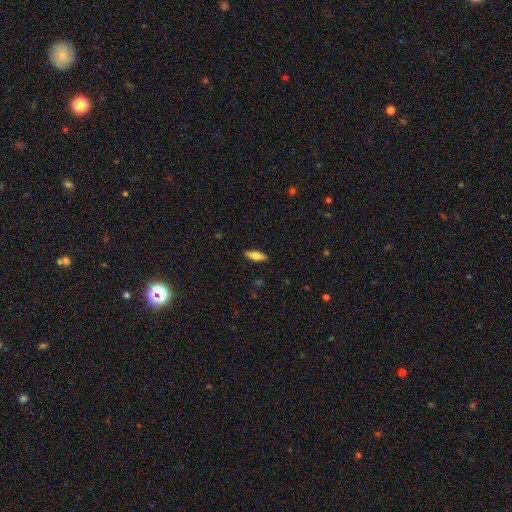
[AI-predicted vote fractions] Smooth or featured: smooth — 64% (featured or disk — 30%)
How rounded: in between — 55% (cigar-shaped — 42%)
Merging: none — 89% (minor disturbance — 8%)